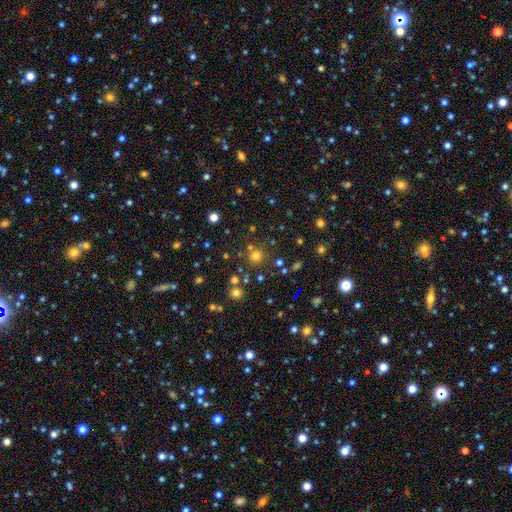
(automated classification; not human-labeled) A smooth galaxy with no disk features (69%) that is round (93%). Merging: none (78%).